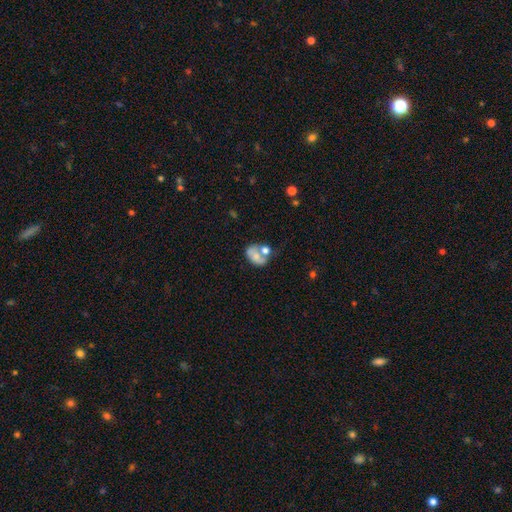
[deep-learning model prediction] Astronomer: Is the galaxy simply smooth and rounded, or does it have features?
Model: smooth — 56% (runner-up: featured or disk, 35%).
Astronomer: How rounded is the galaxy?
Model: in between — 73%.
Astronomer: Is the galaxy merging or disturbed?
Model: merger — 45% (runner-up: none, 25%).